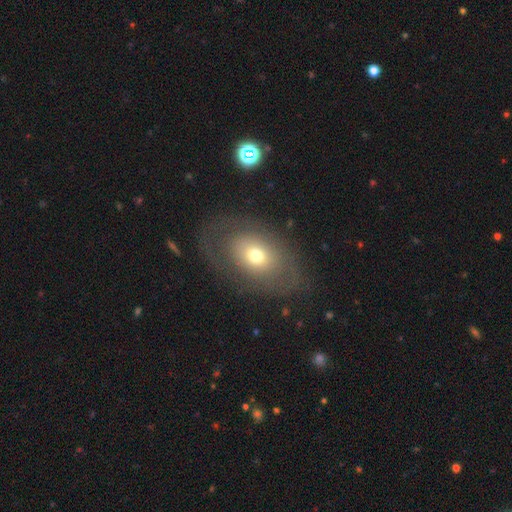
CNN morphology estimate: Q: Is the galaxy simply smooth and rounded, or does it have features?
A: smooth — 53%.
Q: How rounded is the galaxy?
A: in between — 78%.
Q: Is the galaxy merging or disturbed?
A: none — 70%.